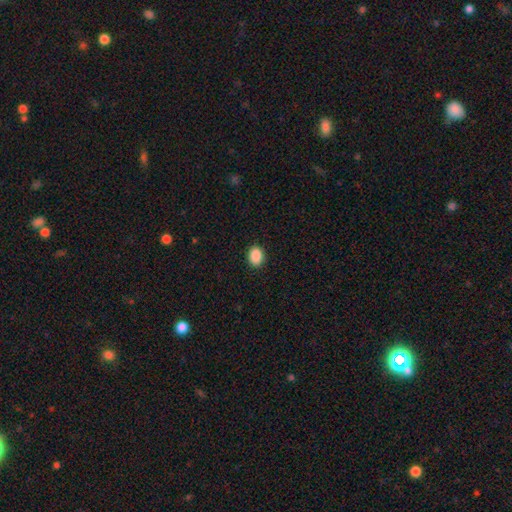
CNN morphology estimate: smooth 89%, star or artifact 8%, featured or disk 3%. Down the decision tree: how rounded — in between (61%); merging — none (90%).